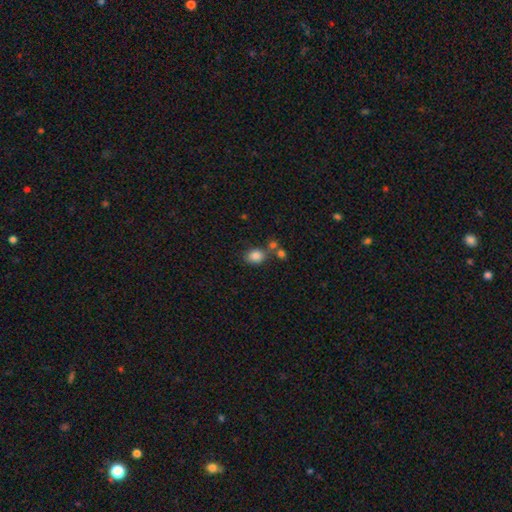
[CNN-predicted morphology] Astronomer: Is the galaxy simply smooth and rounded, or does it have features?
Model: smooth — 84%.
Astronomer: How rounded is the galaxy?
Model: round — 51% (runner-up: in between, 48%).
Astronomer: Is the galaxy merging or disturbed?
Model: none — 61%.